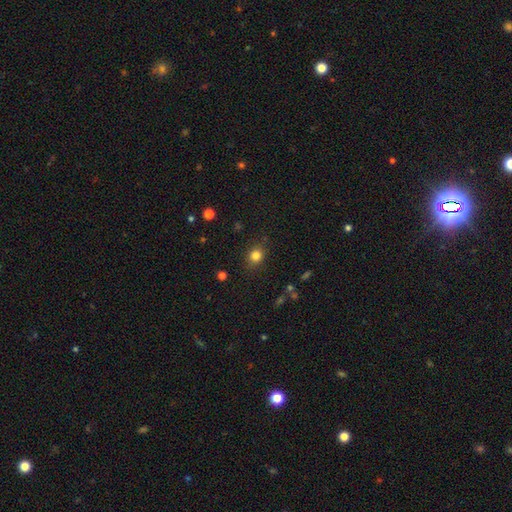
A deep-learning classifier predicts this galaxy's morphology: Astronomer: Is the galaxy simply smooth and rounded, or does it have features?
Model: smooth — 82%.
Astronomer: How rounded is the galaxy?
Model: round — 70%.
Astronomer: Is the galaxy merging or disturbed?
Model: none — 85%.